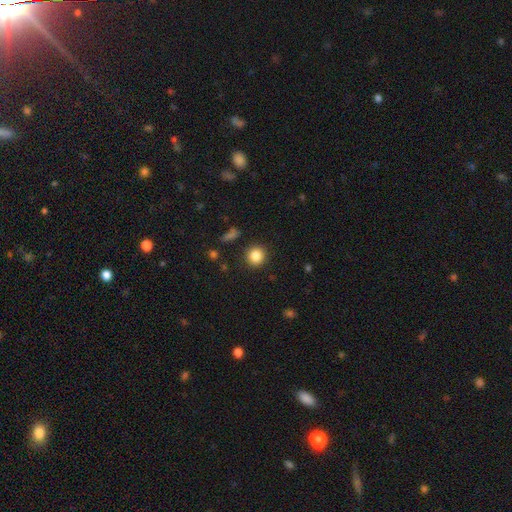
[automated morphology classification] This appears to be a smooth galaxy with no disk features (85%) that is round (91%). Merging: none (90%).